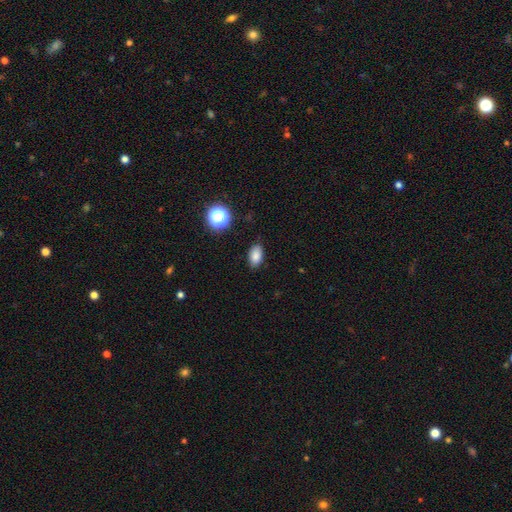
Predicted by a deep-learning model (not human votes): Smooth or featured? smooth (84%)
How rounded? in between (89%)
Merging? none (84%)